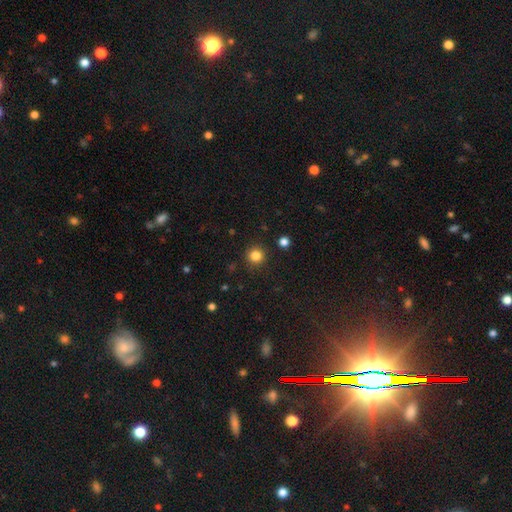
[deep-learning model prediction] smooth-or-featured: smooth: 83% | star or artifact: 12% | featured or disk: 5%
  how-rounded: round: 94% | in between: 6% | cigar-shaped: 1%
  merging: none: 90% | minor disturbance: 6% | major disturbance: 2% | merger: 2%